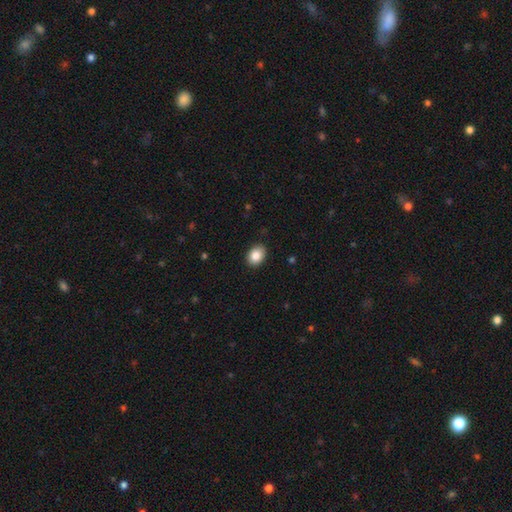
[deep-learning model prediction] Overall: smooth (86%). How rounded: in between (69%; round 30%). Merging: none (89%).